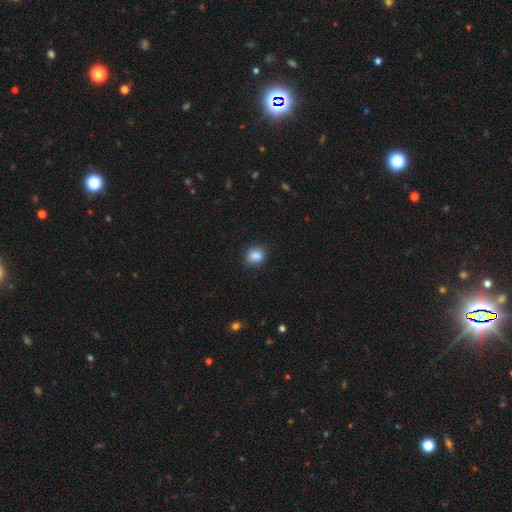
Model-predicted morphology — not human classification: This appears to be a smooth galaxy with no disk features (86%) that is round (60%). Merging: none (80%).